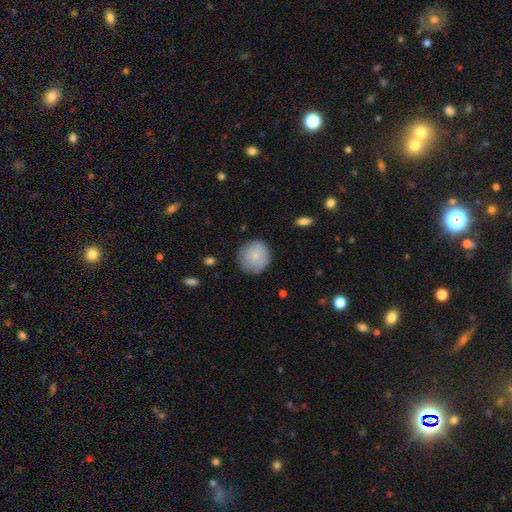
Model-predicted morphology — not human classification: Smooth or featured? smooth (81%)
How rounded? round (90%)
Merging? none (80%)